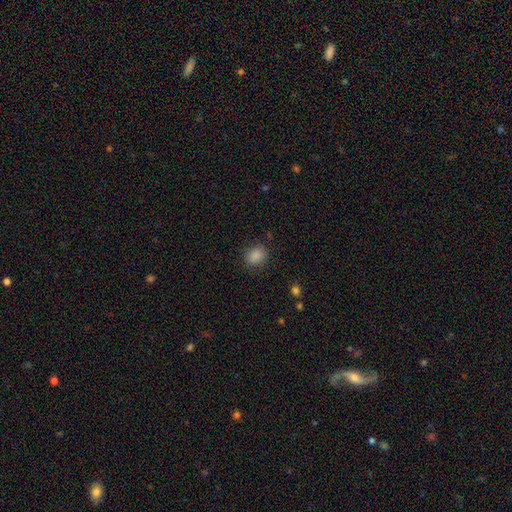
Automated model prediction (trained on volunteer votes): The model was most divided on "how rounded": round: 54%, in between: 45%, cigar-shaped: 1%. More confident: smooth or featured — smooth (87%); merging — none (86%).